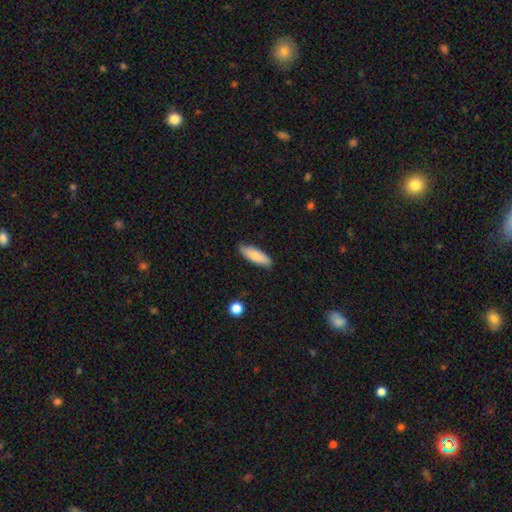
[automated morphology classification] smooth-or-featured: smooth: 83% | featured or disk: 11% | star or artifact: 6%
  how-rounded: in between: 56% | cigar-shaped: 43% | round: 2%
  merging: none: 85% | minor disturbance: 12% | major disturbance: 2% | merger: 1%